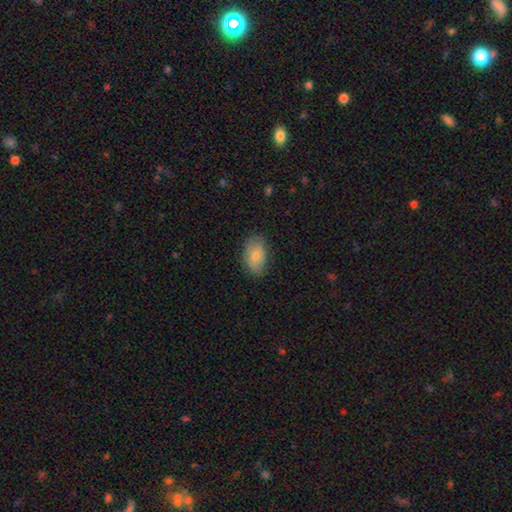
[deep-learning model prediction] Smooth or featured? smooth (74%)
How rounded? in between (90%)
Merging? none (82%)